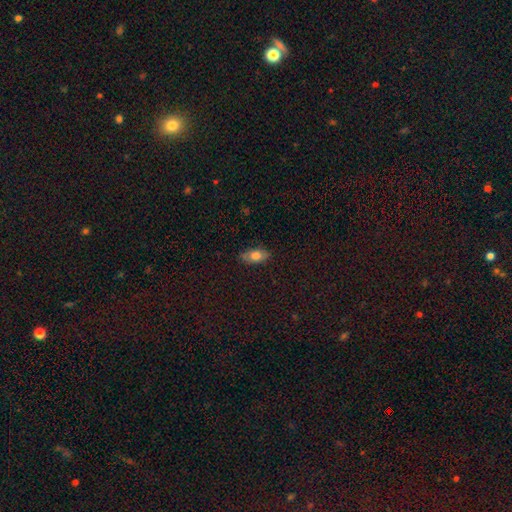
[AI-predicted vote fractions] smooth 76%, featured or disk 16%, star or artifact 8%. Down the decision tree: how rounded — in between (88%); merging — none (84%).